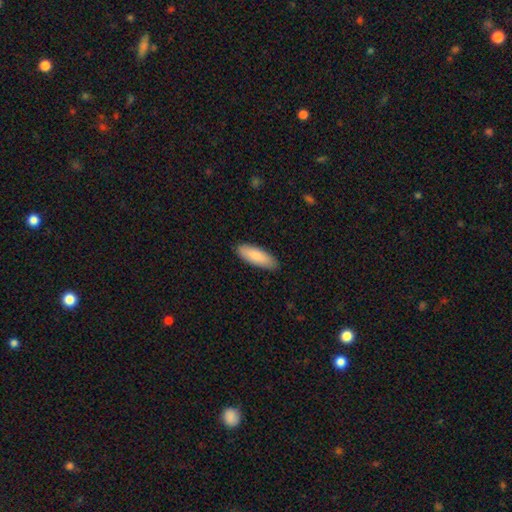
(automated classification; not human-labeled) smooth 87%, featured or disk 8%, star or artifact 5%. Down the decision tree: how rounded — in between (64%); merging — none (89%).